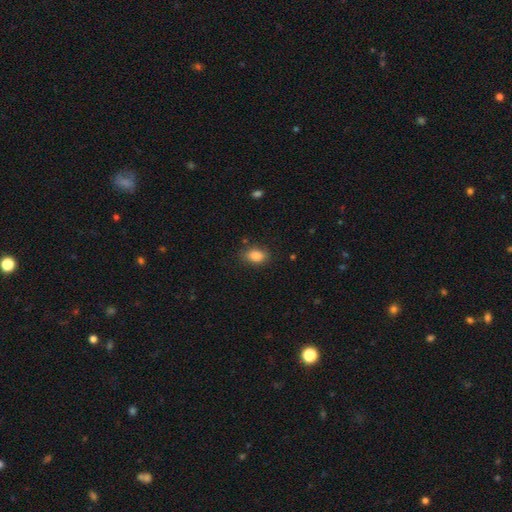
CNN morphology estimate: Smooth or featured: smooth — 87% (star or artifact — 8%)
How rounded: in between — 81% (round — 18%)
Merging: none — 81% (minor disturbance — 13%)